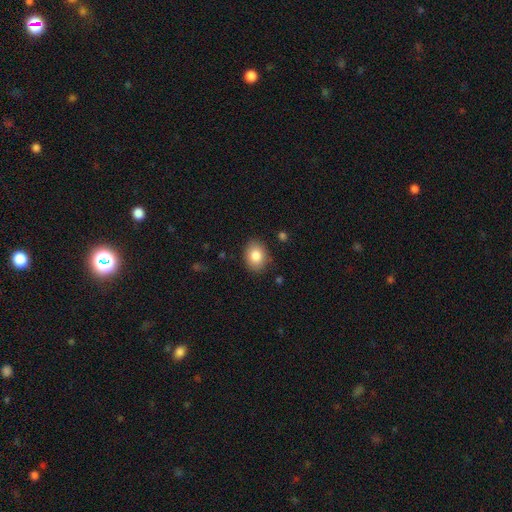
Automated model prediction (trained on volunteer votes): smooth_or_featured: smooth (p=0.84) [alt: star or artifact p=0.08]
how_rounded: in between (p=0.61) [alt: round p=0.38]
merging: none (p=0.85) [alt: minor disturbance p=0.11]